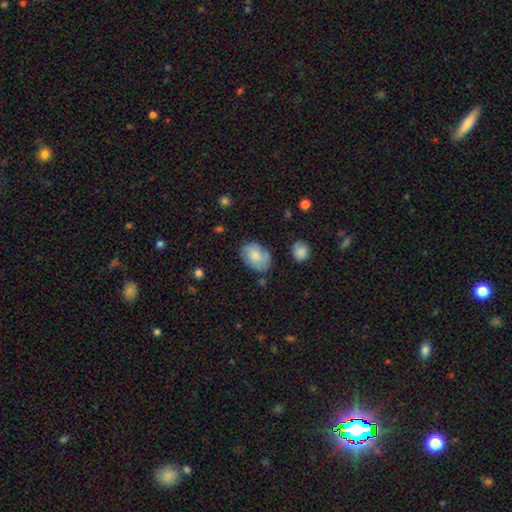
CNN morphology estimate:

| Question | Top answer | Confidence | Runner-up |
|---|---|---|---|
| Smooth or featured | smooth | 69% | featured or disk (24%) |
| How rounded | in between | 83% | round (16%) |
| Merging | none | 68% | minor disturbance (22%) |